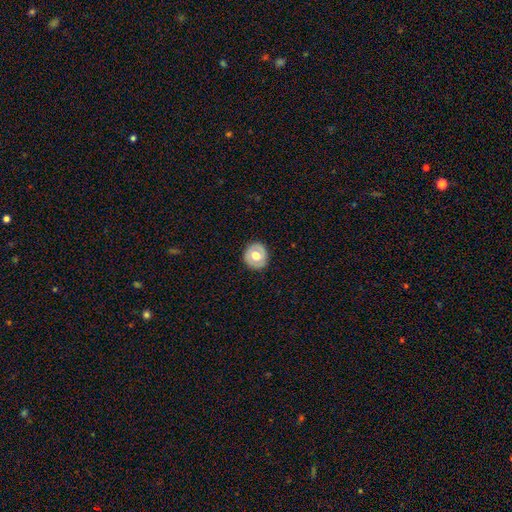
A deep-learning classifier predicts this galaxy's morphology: A smooth galaxy with no disk features (56%) that is round (86%).

Vote fractions:
- Smooth or featured? smooth: 56% / featured or disk: 38% / star or artifact: 7%
- How rounded? round: 86% / in between: 13% / cigar-shaped: 1%
- Merging? none: 88% / minor disturbance: 9% / major disturbance: 2% / merger: 1%